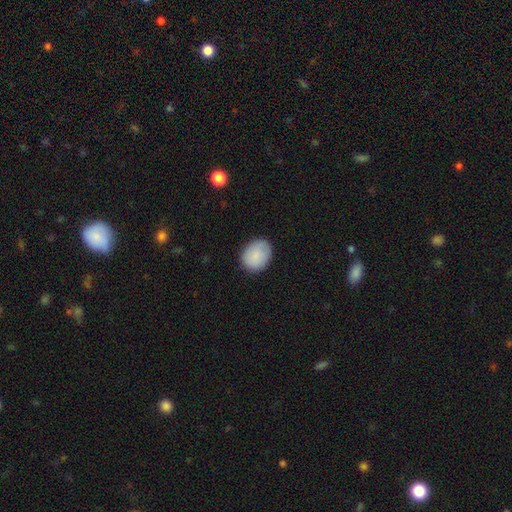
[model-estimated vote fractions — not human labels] Q: Smooth or featured?
A: smooth (86%); runner-up: featured or disk (8%)
Q: How rounded?
A: in between (53%); runner-up: round (47%)
Q: Merging?
A: none (82%); runner-up: minor disturbance (14%)